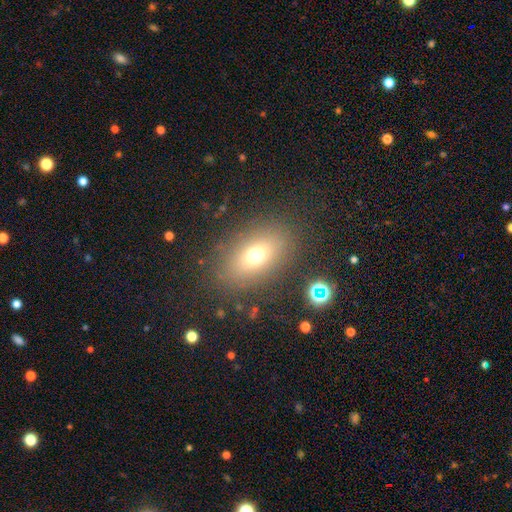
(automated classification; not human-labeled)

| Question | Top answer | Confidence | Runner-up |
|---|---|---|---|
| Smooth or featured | smooth | 68% | star or artifact (17%) |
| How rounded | in between | 75% | round (23%) |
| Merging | none | 83% | minor disturbance (9%) |